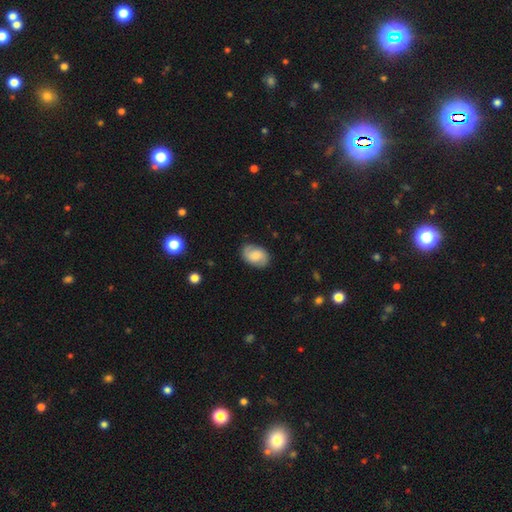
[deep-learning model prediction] Q: Smooth or featured?
A: smooth (56%); runner-up: featured or disk (36%)
Q: How rounded?
A: in between (83%); runner-up: round (16%)
Q: Merging?
A: none (82%); runner-up: minor disturbance (14%)